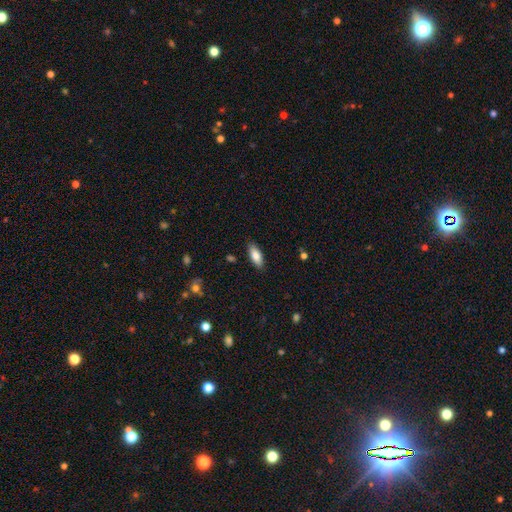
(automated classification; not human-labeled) Smooth or featured? smooth (82%)
How rounded? in between (78%)
Merging? none (88%)